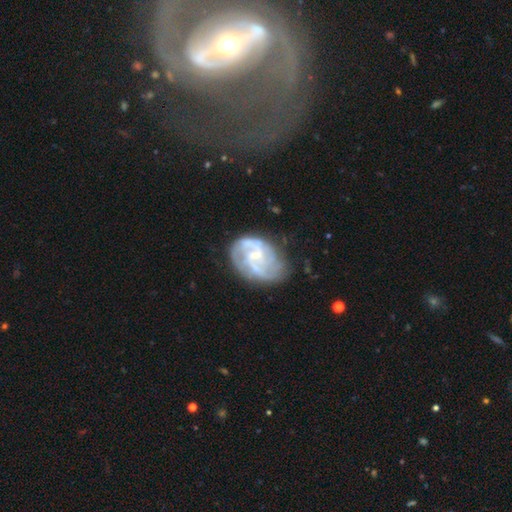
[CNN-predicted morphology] type=featured or disk (82%); edge-on=no (98%); bar=weak (47%); spiral arms=yes (90%); winding=medium (44%); arm count=2 (42%); bulge=small (69%); merging=none (59%).